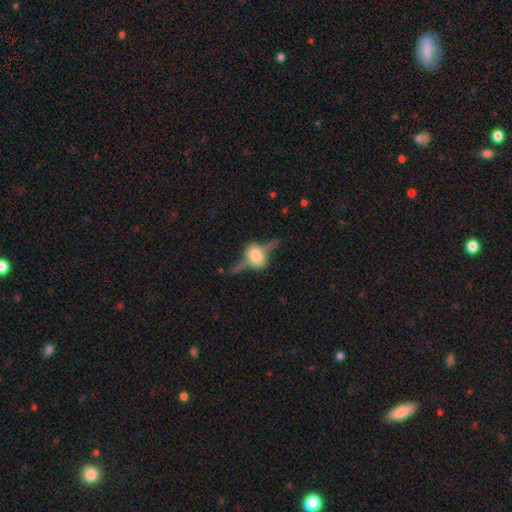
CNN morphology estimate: Smooth or featured: featured or disk — 72% (smooth — 19%)
Edge-on disk: yes — 91% (no — 9%)
Edge-on bulge: rounded — 93% (boxy — 6%)
Merging: none — 65% (minor disturbance — 20%)